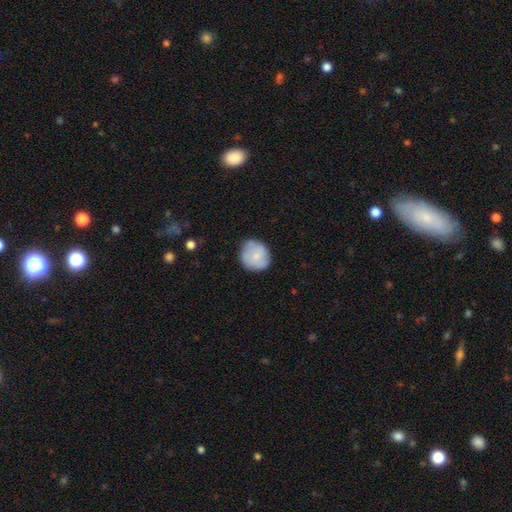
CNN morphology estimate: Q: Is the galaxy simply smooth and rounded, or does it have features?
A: smooth — 72%.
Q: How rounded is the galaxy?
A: round — 81%.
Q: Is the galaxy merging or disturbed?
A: none — 75%.